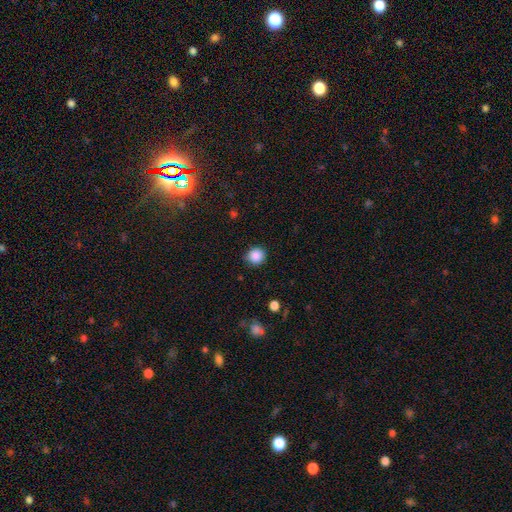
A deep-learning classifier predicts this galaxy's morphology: Smooth or featured? Predicted: smooth (p=0.87). How rounded? Predicted: round (p=0.88). Merging? Predicted: none (p=0.86).